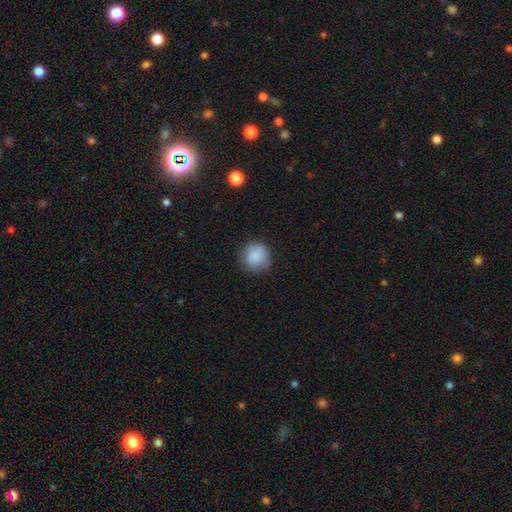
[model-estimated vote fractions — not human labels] Morphology: type=smooth (87%); roundness=round (92%); merging=none (84%).